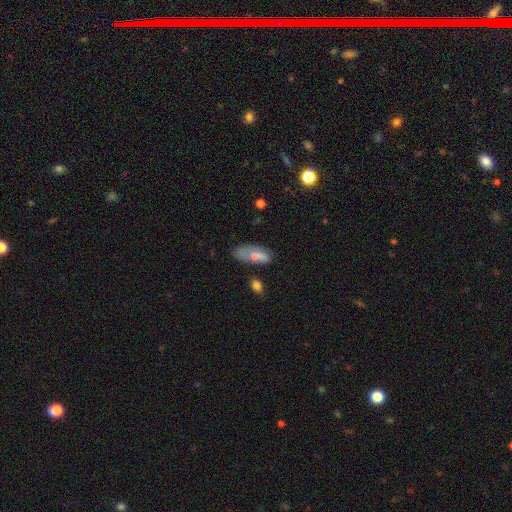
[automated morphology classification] This appears to be a smooth galaxy with no disk features (62%) that is in between round and cigar-shaped (79%). Merging: none (52%).